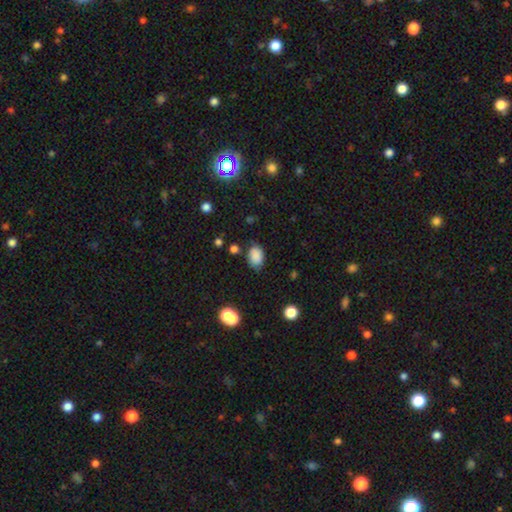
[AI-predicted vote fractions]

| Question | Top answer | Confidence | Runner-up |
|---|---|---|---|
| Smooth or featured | smooth | 86% | star or artifact (9%) |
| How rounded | in between | 80% | round (19%) |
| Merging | none | 74% | minor disturbance (19%) |